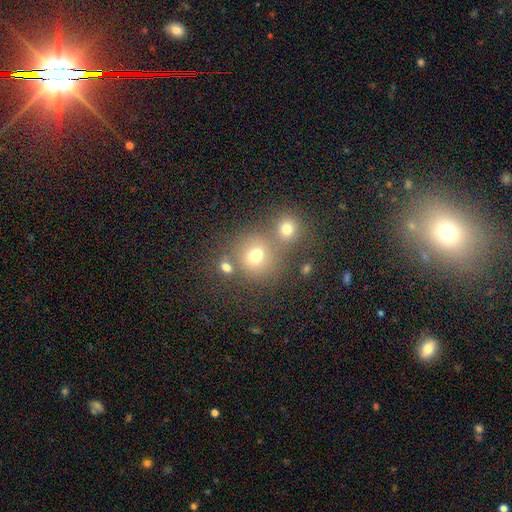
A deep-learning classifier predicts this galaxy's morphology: A smooth galaxy with no disk features (71%) that is round (78%).

Vote fractions:
- Smooth or featured? smooth: 71% / star or artifact: 18% / featured or disk: 12%
- How rounded? round: 78% / in between: 21% / cigar-shaped: 1%
- Merging? none: 51% / merger: 35% / minor disturbance: 10% / major disturbance: 5%